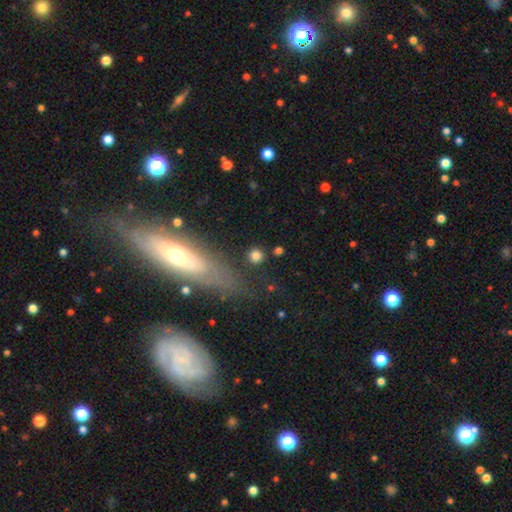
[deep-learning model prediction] This is clearly a smooth galaxy (81%). How rounded: clearly round (91%). Merging: clearly none (84%).